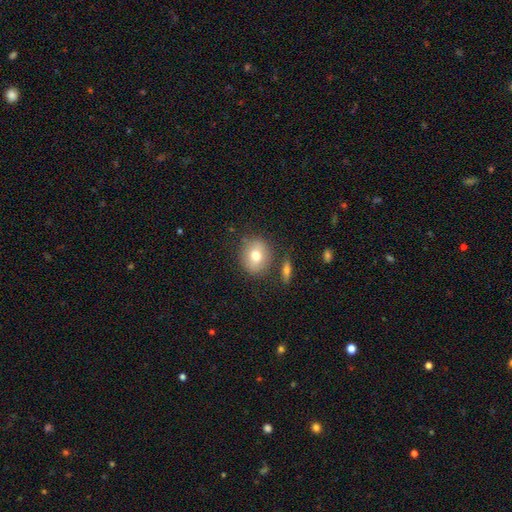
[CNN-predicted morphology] smooth 73%, featured or disk 18%, star or artifact 9%. Down the decision tree: how rounded — round (76%); merging — none (78%).